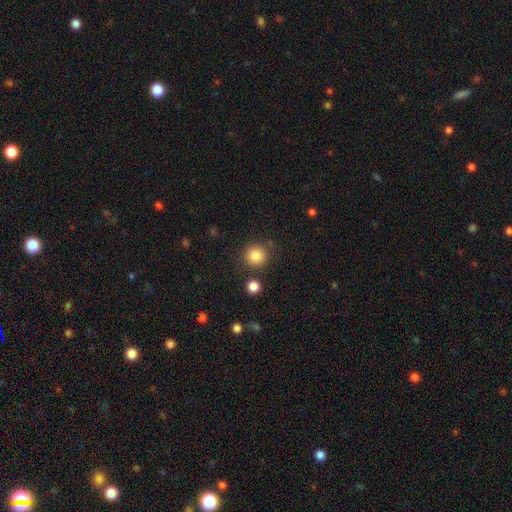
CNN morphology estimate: Smooth or featured? smooth (84%)
How rounded? round (92%)
Merging? none (85%)